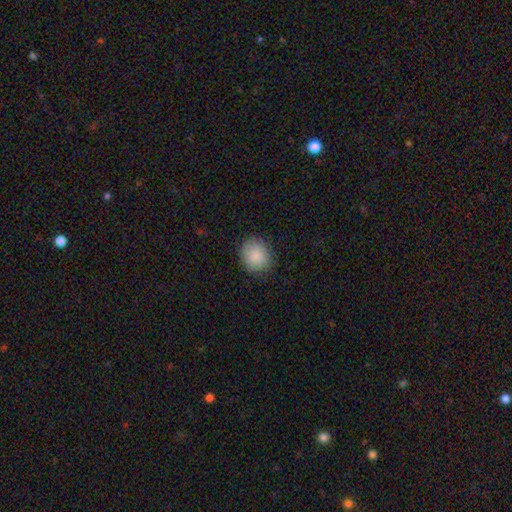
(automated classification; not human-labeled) Smooth or featured?
  - smooth: 85% *
  - star or artifact: 8%
  - featured or disk: 7%
How rounded?
  - round: 73% *
  - in between: 26%
  - cigar-shaped: 1%
Merging?
  - none: 84% *
  - minor disturbance: 12%
  - major disturbance: 3%
  - merger: 1%